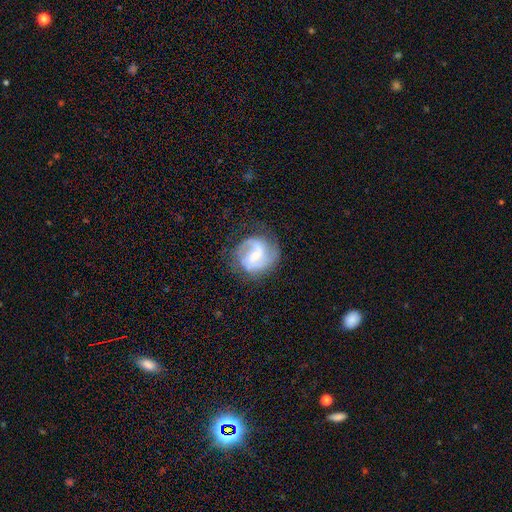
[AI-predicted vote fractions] smooth_or_featured: featured or disk (p=0.84) [alt: smooth p=0.11]
disk_edge_on: no (p=0.98) [alt: yes p=0.02]
bar: weak (p=0.51) [alt: no p=0.32]
has_spiral_arms: yes (p=0.96) [alt: no p=0.04]
spiral_winding: medium (p=0.52) [alt: tight p=0.25]
spiral_arm_count: 2 (p=0.78) [alt: can't tell p=0.08]
bulge_size: small (p=0.61) [alt: moderate p=0.34]
merging: none (p=0.72) [alt: minor disturbance p=0.17]